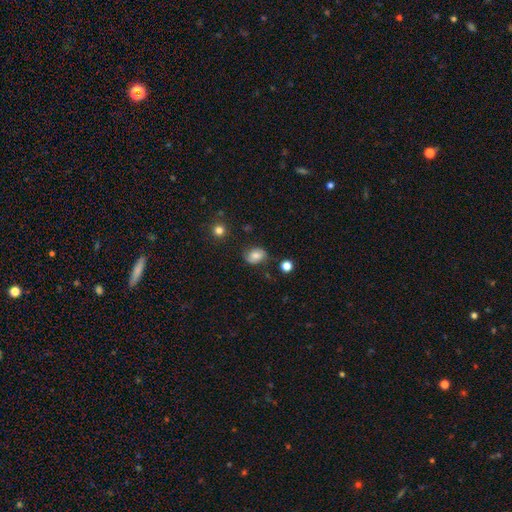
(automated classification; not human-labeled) The model was most divided on "how rounded": in between: 59%, round: 39%, cigar-shaped: 1%. More confident: smooth or featured — smooth (74%); merging — none (73%).